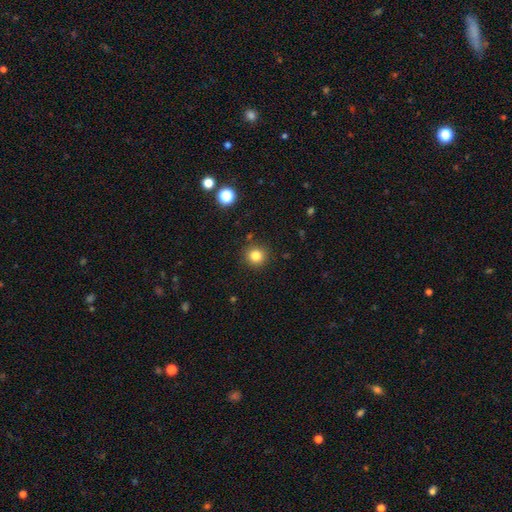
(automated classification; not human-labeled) Morphology: type=smooth (82%); roundness=round (92%); merging=none (90%).